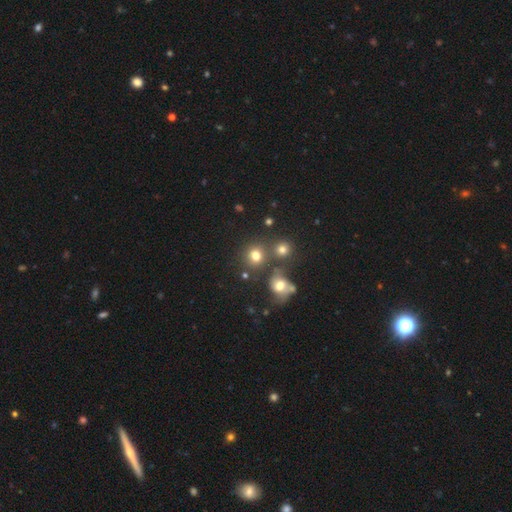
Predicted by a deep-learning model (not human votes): smooth 74%, star or artifact 16%, featured or disk 9%. Down the decision tree: how rounded — round (86%); merging — none (66%).